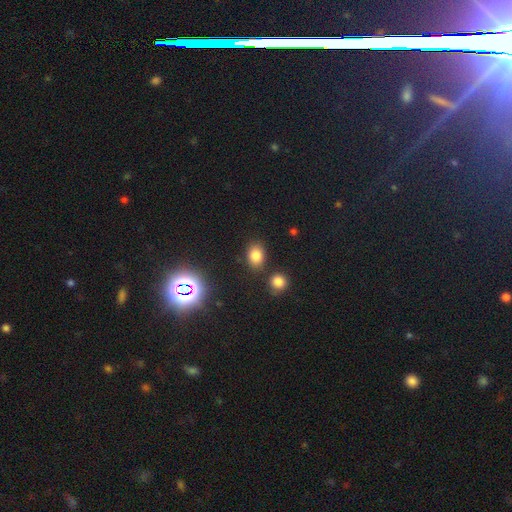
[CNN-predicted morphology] Overall: smooth (78%). How rounded: in between (66%; round 33%). Merging: none (80%).